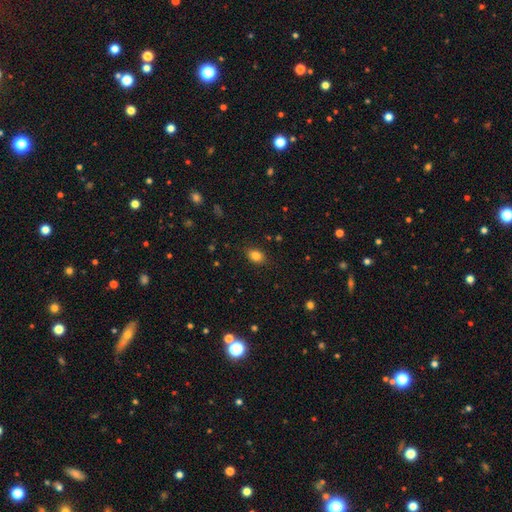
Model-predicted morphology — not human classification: This is clearly a smooth galaxy (83%). How rounded: likely in between (73%). Merging: clearly none (85%).